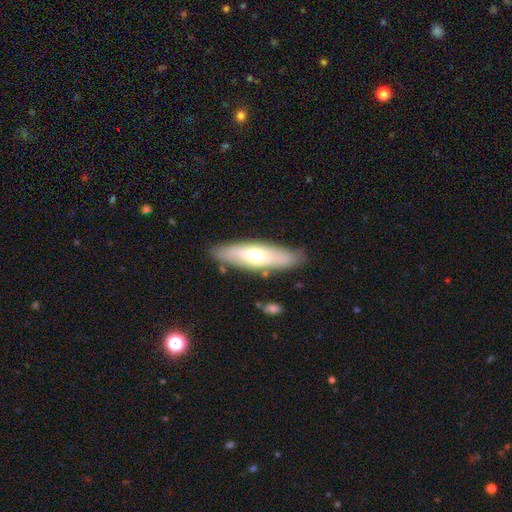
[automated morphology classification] This appears to be a smooth galaxy with no disk features (56%) that is cigar-shaped (64%). Merging: none (84%).